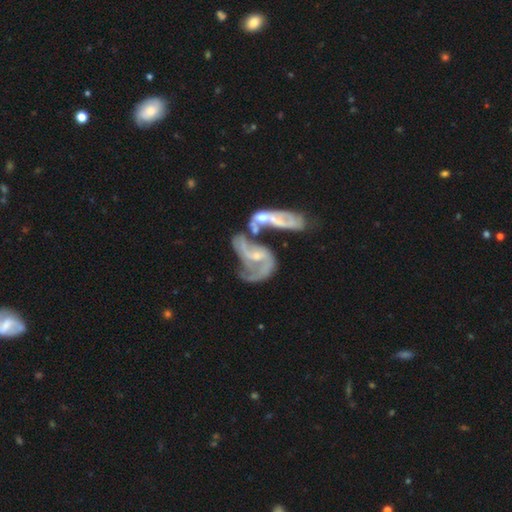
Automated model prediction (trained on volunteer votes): smooth-or-featured: featured or disk: 83% | smooth: 10% | star or artifact: 7%
  disk-edge-on: no: 96% | yes: 4%
    bar: no: 49% | weak: 39% | strong: 13%
    has-spiral-arms: yes: 87% | no: 13%
      spiral-winding: loose: 44% | medium: 39% | tight: 17%
      spiral-arm-count: 2: 57% | can't tell: 19% | 3: 9% | 1: 9% | 4: 3% | more than 4: 3%
    bulge-size: small: 58% | moderate: 30% | none: 9% | large: 2% | dominant: 1%
  merging: merger: 62% | major disturbance: 17% | none: 12% | minor disturbance: 9%